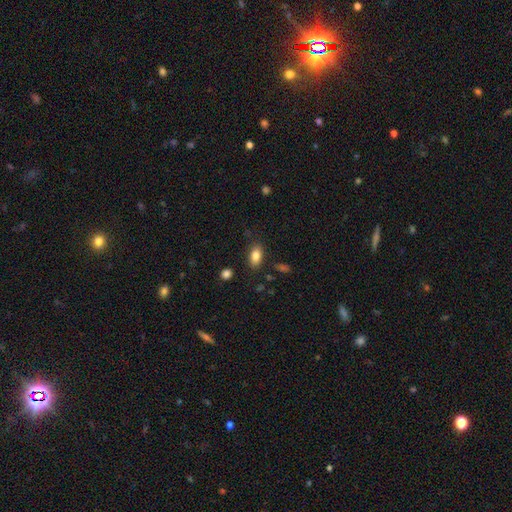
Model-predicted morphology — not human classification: A smooth galaxy with no disk features (83%) that is in between round and cigar-shaped (89%). Merging: none (83%).